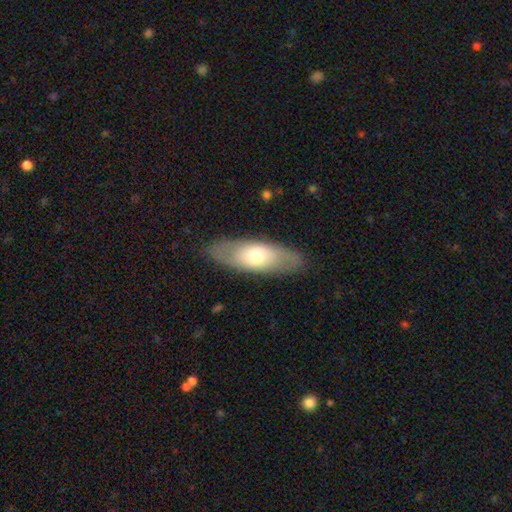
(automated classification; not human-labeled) Overall: smooth (56%; featured or disk 38%). How rounded: in between (68%; cigar-shaped 29%). Merging: none (84%).